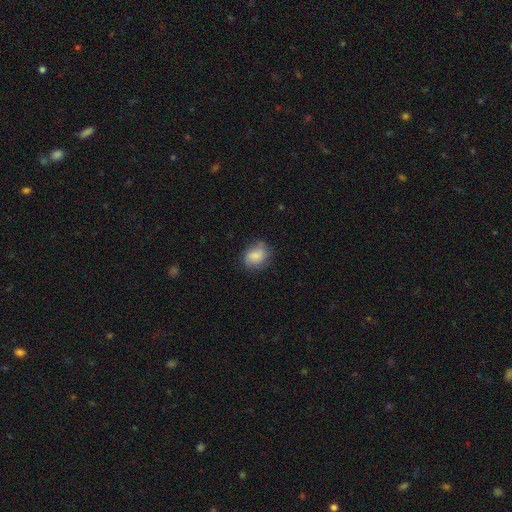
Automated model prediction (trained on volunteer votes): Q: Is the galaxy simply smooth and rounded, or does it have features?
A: smooth — 74%.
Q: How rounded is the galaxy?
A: in between — 56%.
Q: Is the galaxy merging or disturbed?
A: none — 67%.